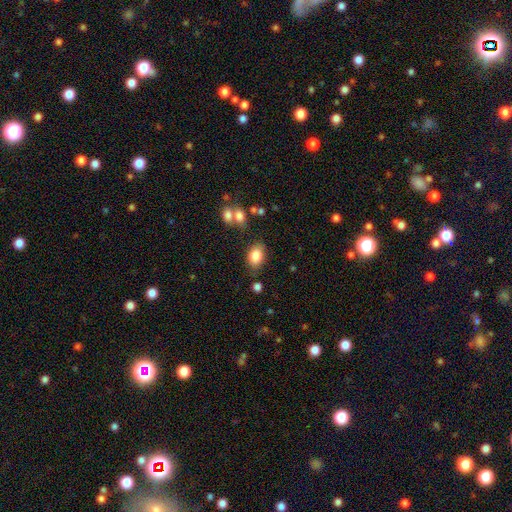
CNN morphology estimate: Q: Smooth or featured?
A: smooth (84%); runner-up: star or artifact (8%)
Q: How rounded?
A: in between (80%); runner-up: round (19%)
Q: Merging?
A: none (76%); runner-up: minor disturbance (15%)